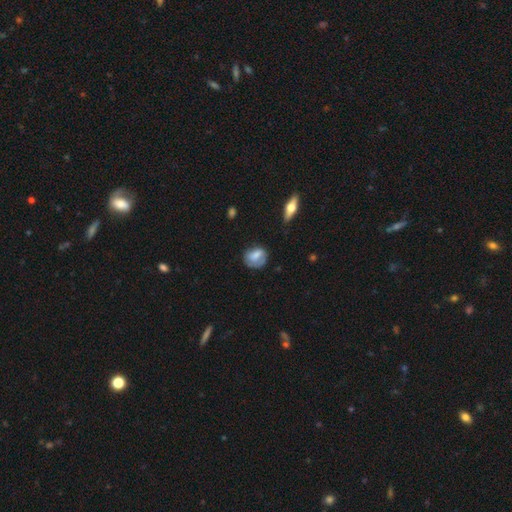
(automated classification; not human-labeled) Smooth or featured? Predicted: smooth (p=0.63). How rounded? Predicted: round (p=0.55). Merging? Predicted: none (p=0.57).